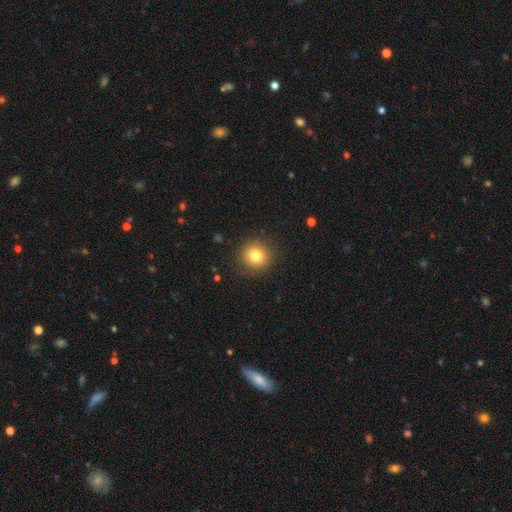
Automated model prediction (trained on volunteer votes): Smooth or featured: smooth — 80% (star or artifact — 12%)
How rounded: round — 93% (in between — 6%)
Merging: none — 90% (minor disturbance — 7%)